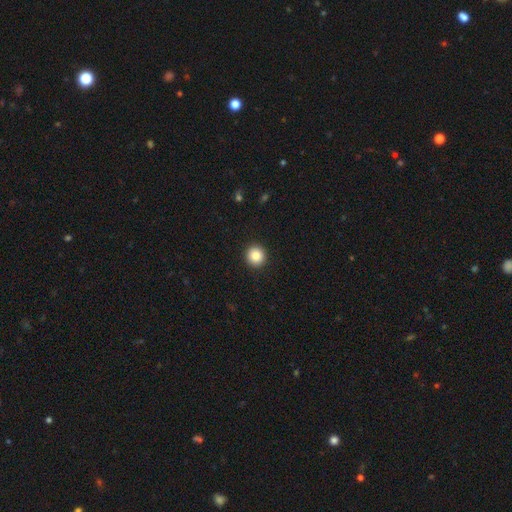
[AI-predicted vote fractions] Q: Smooth or featured?
A: smooth (85%); runner-up: star or artifact (9%)
Q: How rounded?
A: round (95%); runner-up: in between (4%)
Q: Merging?
A: none (93%); runner-up: minor disturbance (4%)